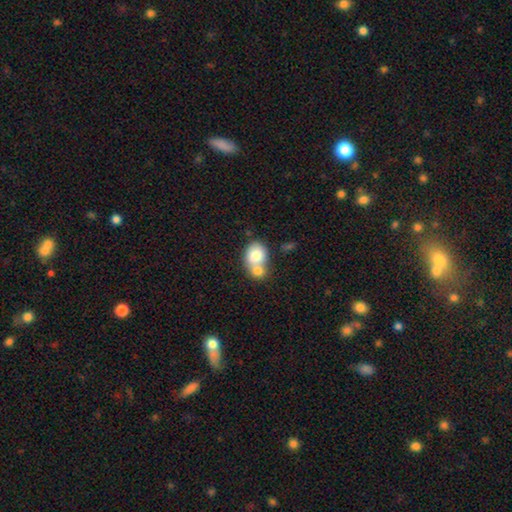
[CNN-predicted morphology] smooth_or_featured: smooth (p=0.74) [alt: featured or disk p=0.18]
how_rounded: in between (p=0.51) [alt: round p=0.48]
merging: merger (p=0.66) [alt: none p=0.23]